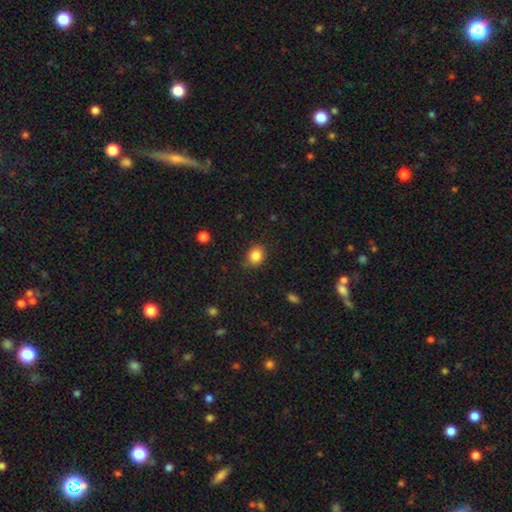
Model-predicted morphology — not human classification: smooth-or-featured: smooth: 84% | star or artifact: 10% | featured or disk: 6%
  how-rounded: round: 56% | in between: 43% | cigar-shaped: 1%
  merging: none: 78% | minor disturbance: 17% | major disturbance: 3% | merger: 1%